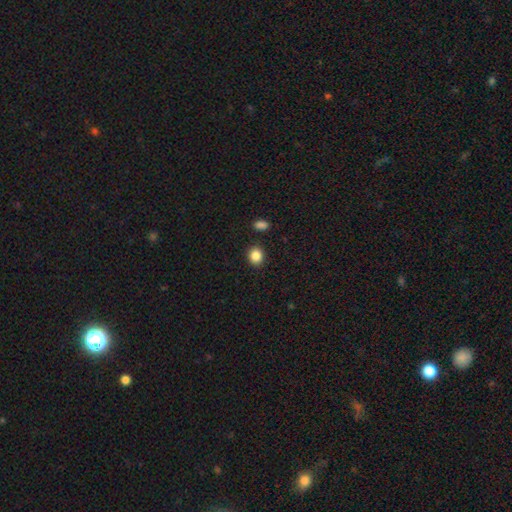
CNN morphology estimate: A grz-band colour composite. It shows a smooth galaxy with no disk features (87%) that is round (68%). Merging: none (88%).